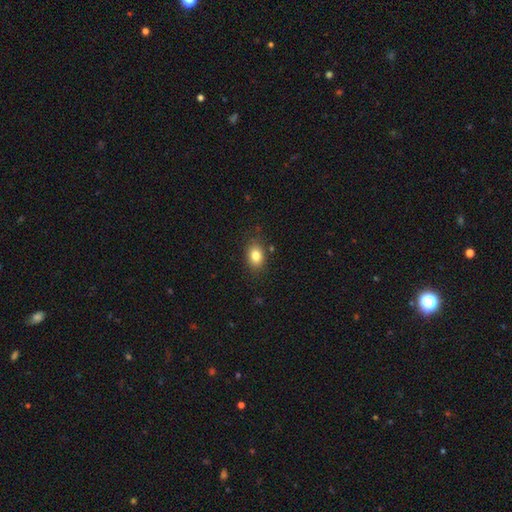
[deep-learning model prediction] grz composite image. It shows a smooth galaxy with no disk features (82%) that is in between round and cigar-shaped (74%). Merging: none (83%).